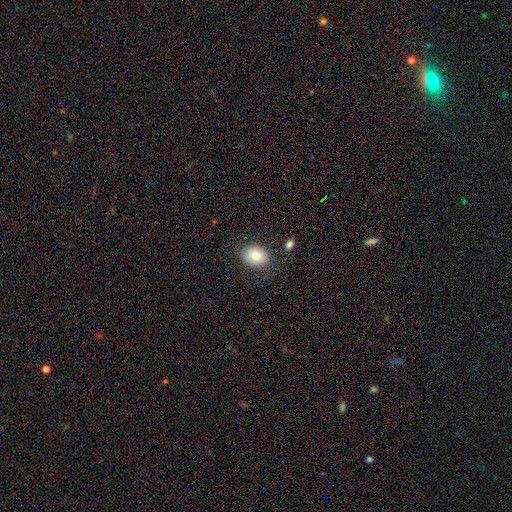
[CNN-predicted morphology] Overall: smooth (80%). How rounded: in between (51%; round 48%). Merging: none (79%).